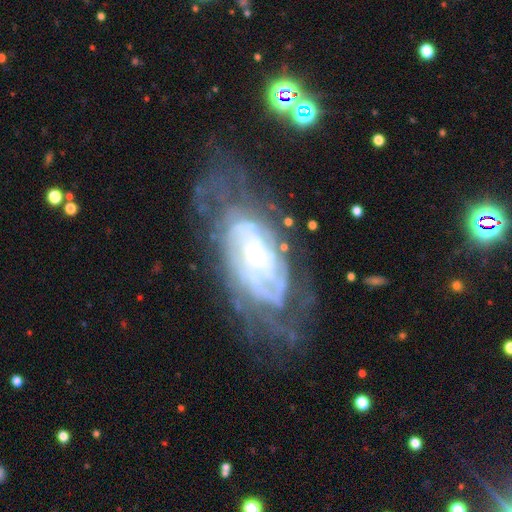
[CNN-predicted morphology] This is clearly a featured or disk galaxy (83%). It is clearly not viewed edge-on (93%). Bar: possibly no (60%). Spiral arm pattern: clearly yes (92%). Spiral arm count: possibly can't tell (46%). Spiral winding: likely tight (73%). Central bulge: likely small (74%). Merging: possibly none (57%).